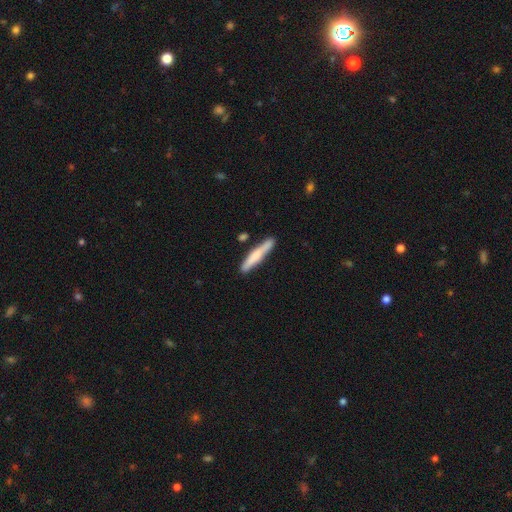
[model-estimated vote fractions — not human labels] This appears to be a smooth galaxy with no disk features (64%) that is cigar-shaped (93%). Merging: none (81%).